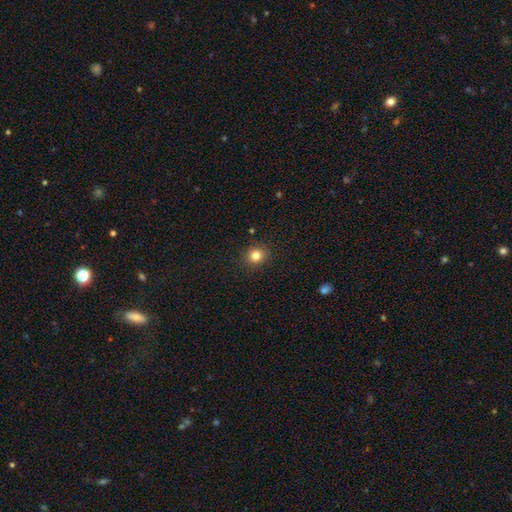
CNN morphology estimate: The model was most divided on "smooth or featured": smooth: 83%, star or artifact: 12%, featured or disk: 5%. More confident: merging — none (90%); how rounded — round (86%).